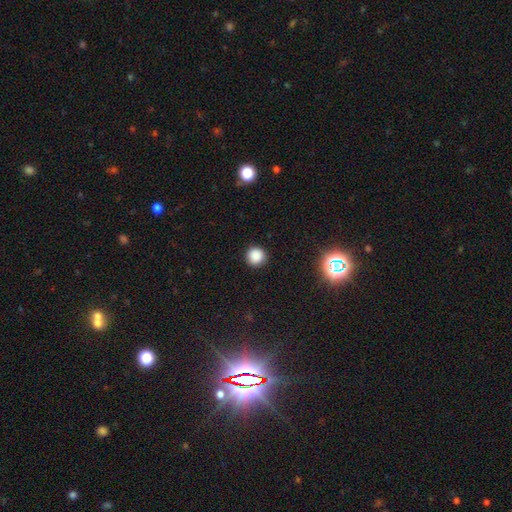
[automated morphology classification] smooth-or-featured: smooth: 85% | star or artifact: 12% | featured or disk: 3%
  how-rounded: round: 95% | in between: 4% | cigar-shaped: 1%
  merging: none: 91% | minor disturbance: 6% | major disturbance: 2% | merger: 1%